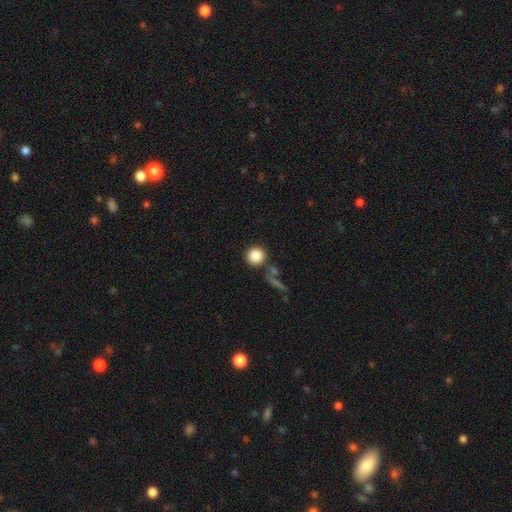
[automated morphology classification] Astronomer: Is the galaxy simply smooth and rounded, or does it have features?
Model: smooth — 86%.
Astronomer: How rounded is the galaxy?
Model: round — 92%.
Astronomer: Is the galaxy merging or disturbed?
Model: none — 77%.